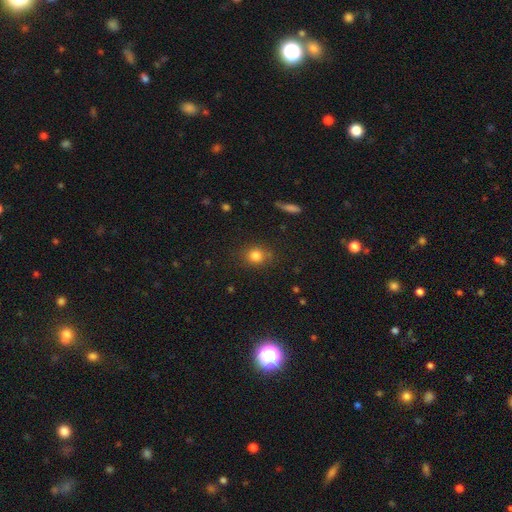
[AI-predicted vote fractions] smooth_or_featured: smooth (p=0.81) [alt: star or artifact p=0.12]
how_rounded: round (p=0.72) [alt: in between p=0.27]
merging: none (p=0.79) [alt: minor disturbance p=0.14]